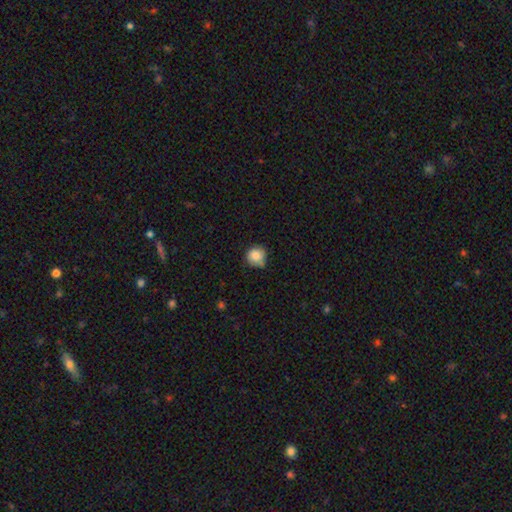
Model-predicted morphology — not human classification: type=smooth (84%); roundness=round (91%); merging=none (65%).